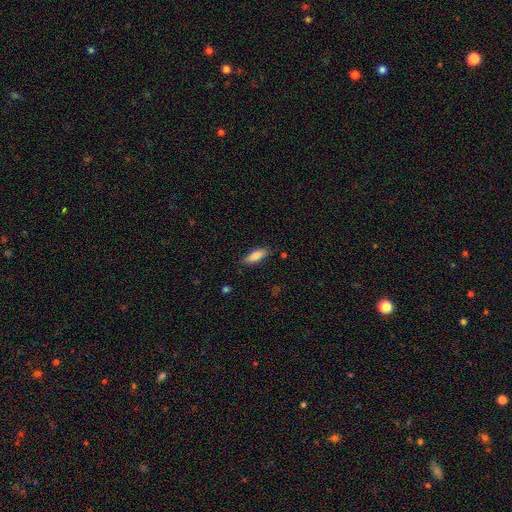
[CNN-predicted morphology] type=smooth (78%); roundness=in between (61%); merging=none (85%).